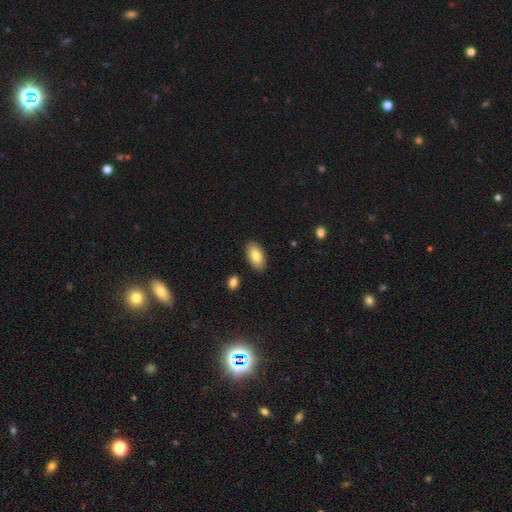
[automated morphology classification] This appears to be a smooth galaxy with no disk features (83%) that is in between round and cigar-shaped (94%). Merging: none (88%).